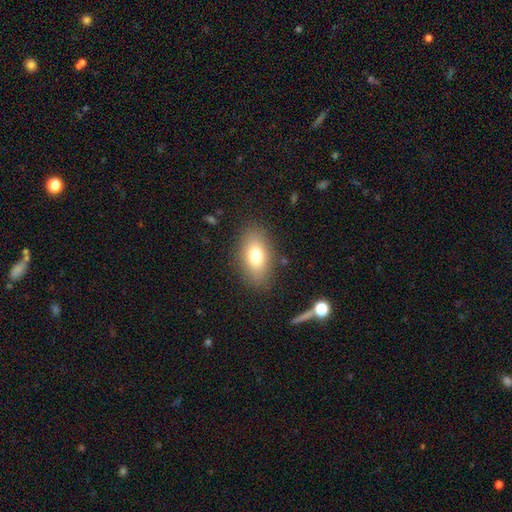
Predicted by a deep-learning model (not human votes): Smooth or featured? smooth (75%)
How rounded? in between (87%)
Merging? none (85%)